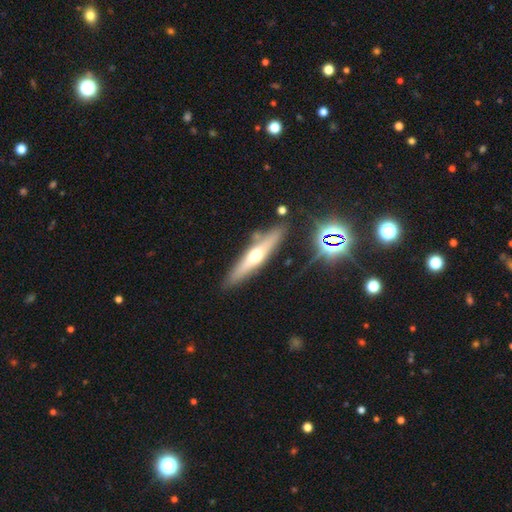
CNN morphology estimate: A featured or disk galaxy (55%) viewed edge-on (91%).

Vote fractions:
- Smooth or featured? featured or disk: 55% / smooth: 38% / star or artifact: 7%
- Edge-on disk? yes: 91% / no: 9%
- Merging? none: 82% / minor disturbance: 11% / merger: 4% / major disturbance: 3%